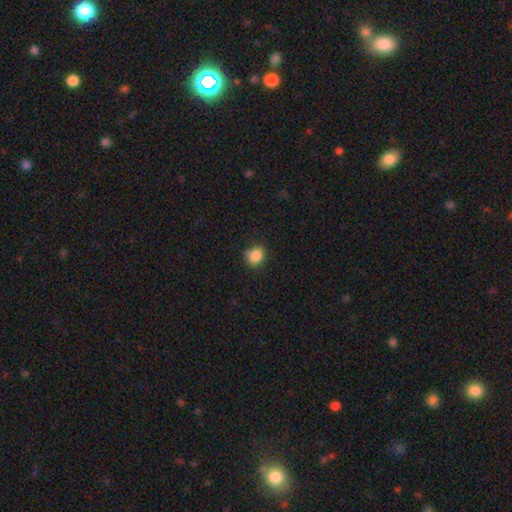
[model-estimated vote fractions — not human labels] Smooth or featured? smooth (85%)
How rounded? round (60%)
Merging? none (72%)